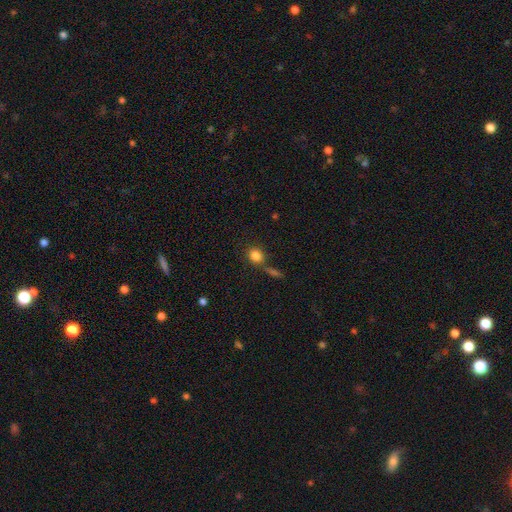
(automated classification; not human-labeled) Q: Smooth or featured?
A: smooth (83%); runner-up: star or artifact (11%)
Q: How rounded?
A: round (73%); runner-up: in between (25%)
Q: Merging?
A: none (64%); runner-up: merger (18%)